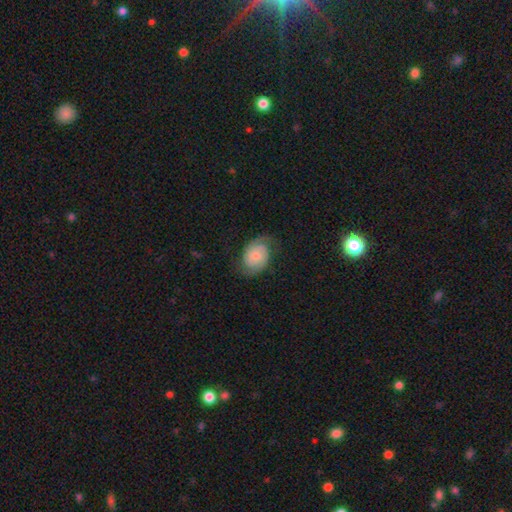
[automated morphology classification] This appears to be a featured or disk galaxy (67%) with no bar (65%), 2 (88%) medium (41%) spiral arms (93%) and a small central bulge (44%). Merging: none (71%).